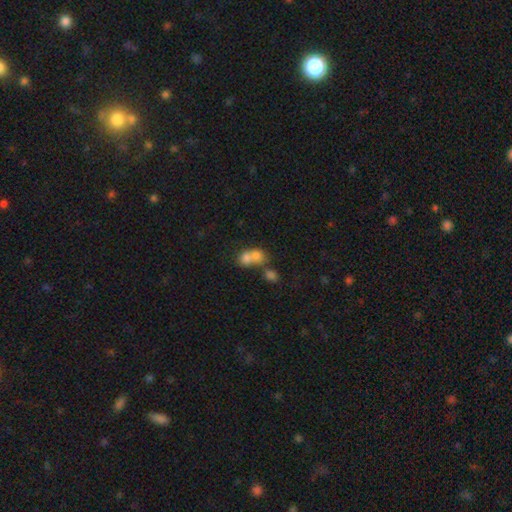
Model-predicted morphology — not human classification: Smooth or featured: smooth — 72% (featured or disk — 17%)
How rounded: round — 57% (in between — 41%)
Merging: merger — 68% (none — 23%)